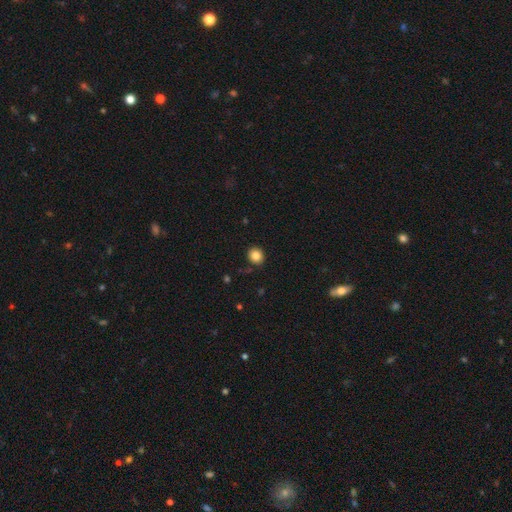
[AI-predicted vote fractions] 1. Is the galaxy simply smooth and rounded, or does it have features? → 84% smooth, 10% star or artifact, 6% featured or disk.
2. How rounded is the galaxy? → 86% round, 13% in between, 1% cigar-shaped.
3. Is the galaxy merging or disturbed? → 89% none, 7% minor disturbance, 2% major disturbance, 2% merger.